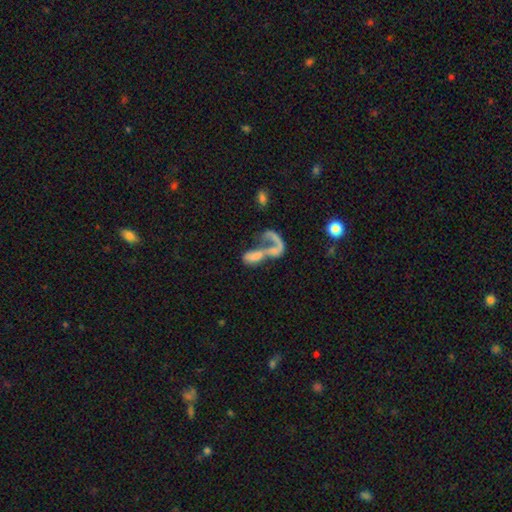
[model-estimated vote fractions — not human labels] A featured or disk galaxy (50%). Merging: merger (52%).